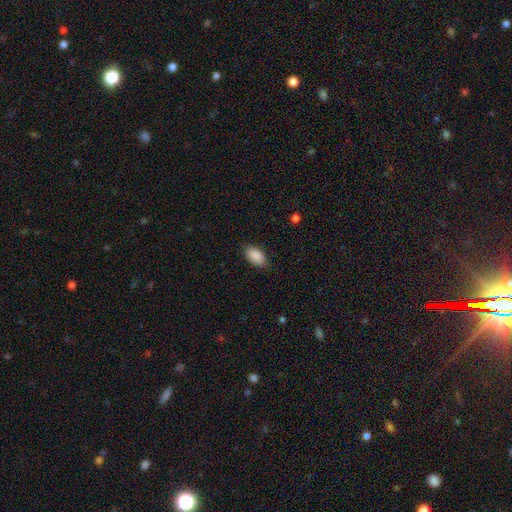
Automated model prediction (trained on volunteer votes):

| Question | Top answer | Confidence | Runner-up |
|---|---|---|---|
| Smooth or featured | smooth | 89% | star or artifact (7%) |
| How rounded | in between | 93% | round (5%) |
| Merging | none | 84% | minor disturbance (12%) |